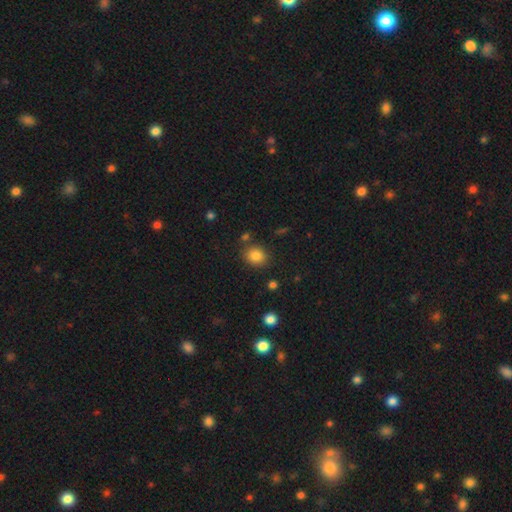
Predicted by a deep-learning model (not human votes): This appears to be a smooth galaxy with no disk features (84%) that is round (67%). Merging: none (82%).